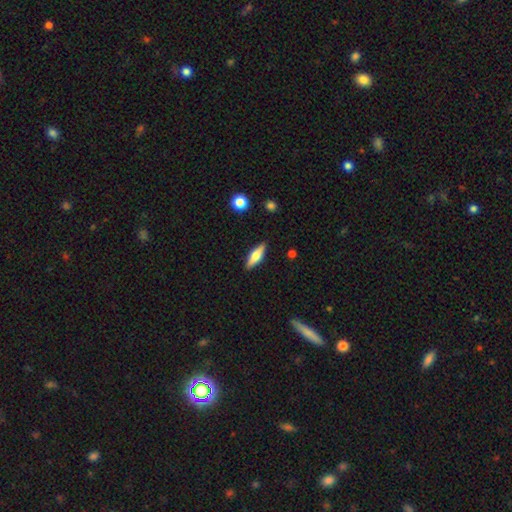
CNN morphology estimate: type=smooth (55%); roundness=cigar-shaped (50%); merging=none (87%).